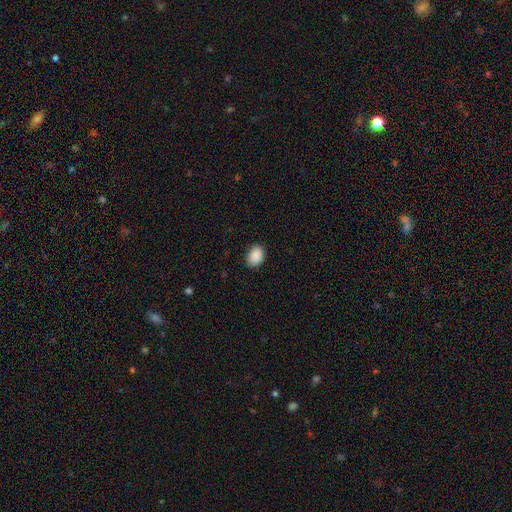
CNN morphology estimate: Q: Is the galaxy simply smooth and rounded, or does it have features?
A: smooth — 90%.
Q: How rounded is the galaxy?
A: in between — 76%.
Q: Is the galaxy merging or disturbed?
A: none — 88%.